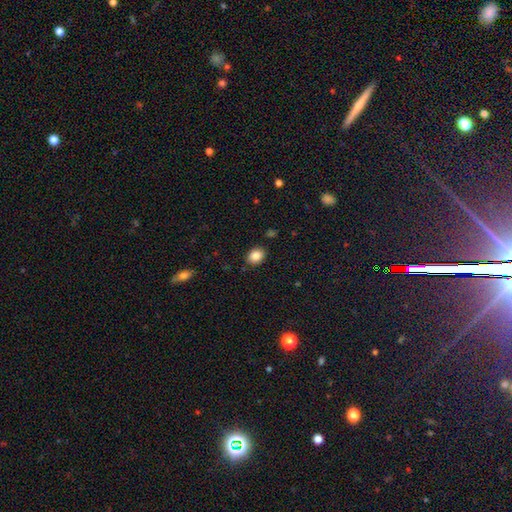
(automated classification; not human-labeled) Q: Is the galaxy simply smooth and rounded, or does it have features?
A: smooth — 87%.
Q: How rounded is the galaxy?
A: in between — 58%.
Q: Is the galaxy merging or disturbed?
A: none — 87%.